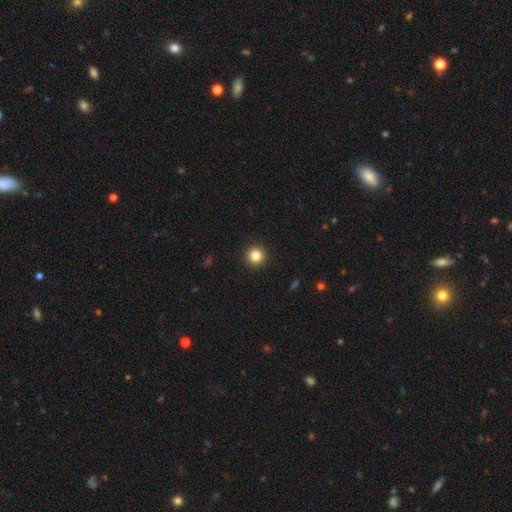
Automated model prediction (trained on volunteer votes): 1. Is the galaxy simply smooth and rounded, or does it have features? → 83% smooth, 11% star or artifact, 5% featured or disk.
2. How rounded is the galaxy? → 96% round, 3% in between, 1% cigar-shaped.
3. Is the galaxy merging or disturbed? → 93% none, 4% minor disturbance, 2% major disturbance, 1% merger.